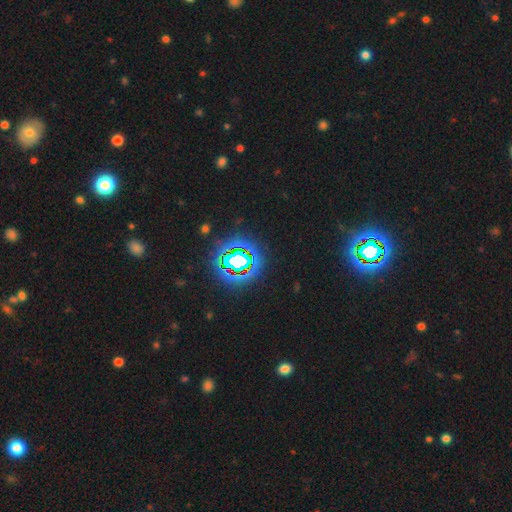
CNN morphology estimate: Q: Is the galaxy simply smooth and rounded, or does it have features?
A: star or artifact — 84%.